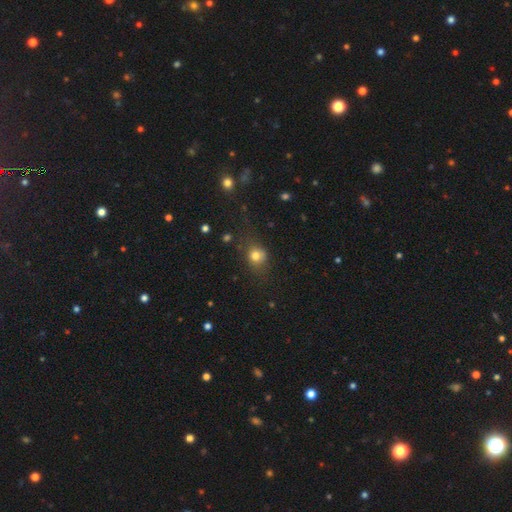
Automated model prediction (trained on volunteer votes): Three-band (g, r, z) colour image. It shows a smooth galaxy with no disk features (76%) that is round (69%). Merging: none (66%).